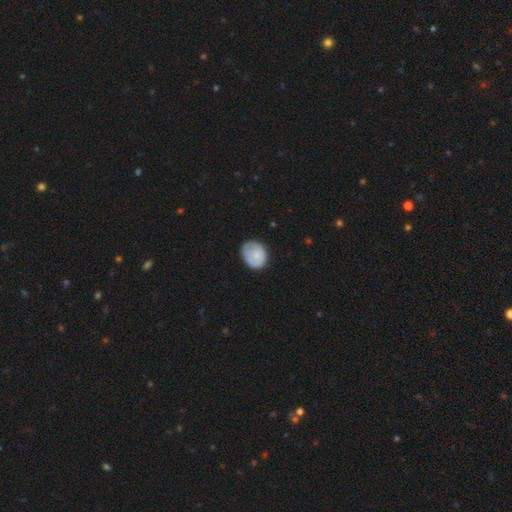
Morphology: type=smooth (81%); roundness=round (50%, tied with in between); merging=none (49%).